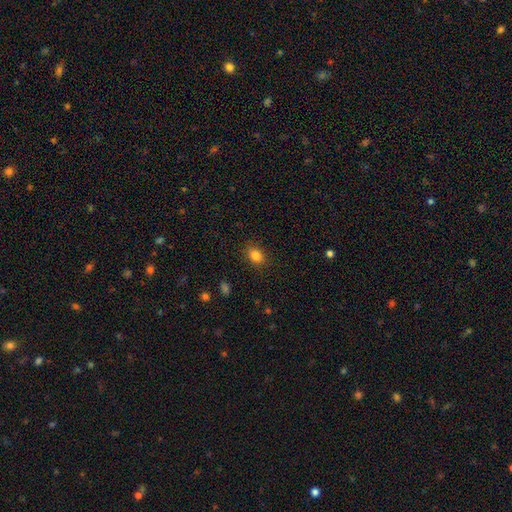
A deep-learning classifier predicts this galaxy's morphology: A smooth galaxy with no disk features (83%) that is in between round and cigar-shaped (64%).

Vote fractions:
- Smooth or featured? smooth: 83% / star or artifact: 11% / featured or disk: 6%
- How rounded? in between: 64% / round: 35% / cigar-shaped: 1%
- Merging? none: 86% / minor disturbance: 10% / major disturbance: 3% / merger: 1%